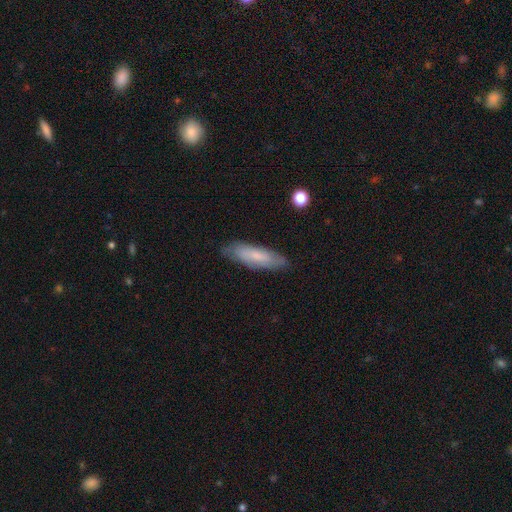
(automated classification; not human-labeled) Morphology: type=smooth (67%); roundness=cigar-shaped (53%); merging=none (79%).